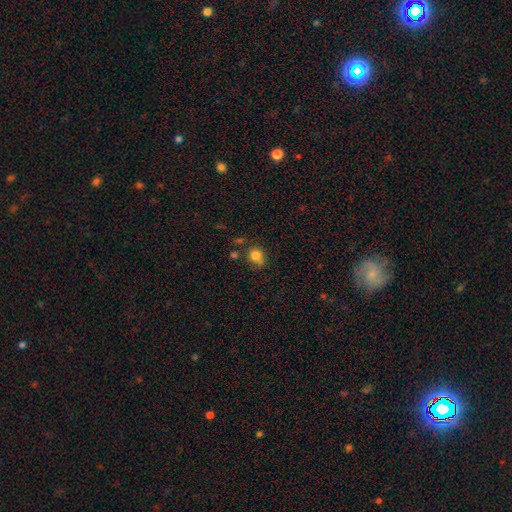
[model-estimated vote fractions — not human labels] Smooth or featured?
  - smooth: 82% *
  - star or artifact: 11%
  - featured or disk: 7%
How rounded?
  - round: 66% *
  - in between: 33%
  - cigar-shaped: 1%
Merging?
  - none: 60% *
  - minor disturbance: 25%
  - merger: 8%
  - major disturbance: 8%